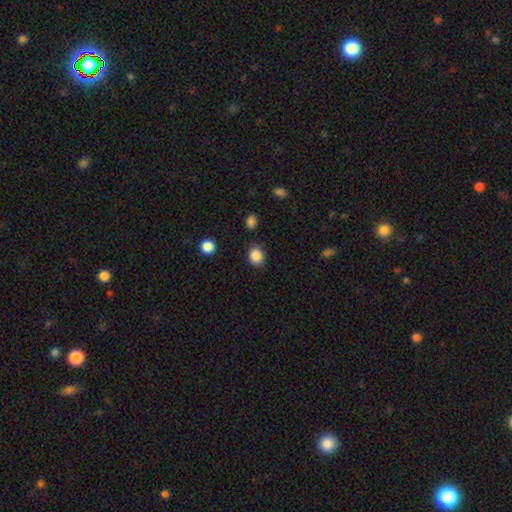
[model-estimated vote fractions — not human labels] This appears to be a smooth galaxy with no disk features (87%) that is round (55%). Merging: none (84%).